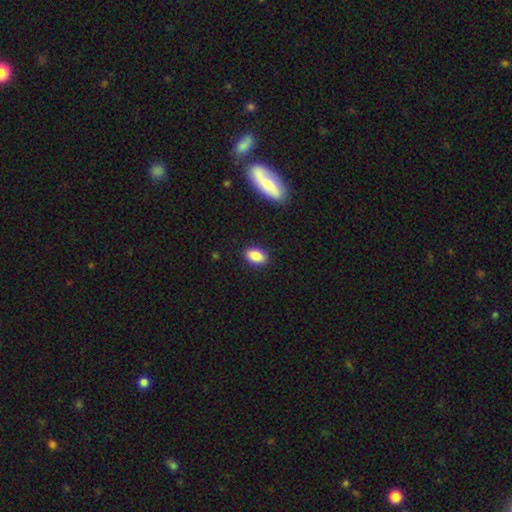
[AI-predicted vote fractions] smooth_or_featured: smooth (p=0.86) [alt: star or artifact p=0.08]
how_rounded: in between (p=0.89) [alt: round p=0.08]
merging: none (p=0.89) [alt: minor disturbance p=0.08]